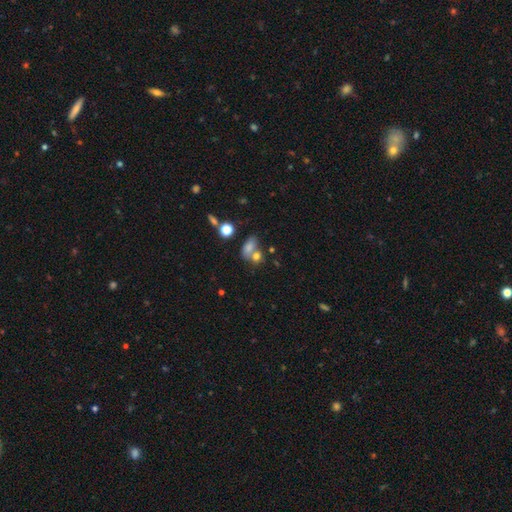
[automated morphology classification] A smooth galaxy with no disk features (72%) that is in between round and cigar-shaped (65%). Merging: merger (43%).